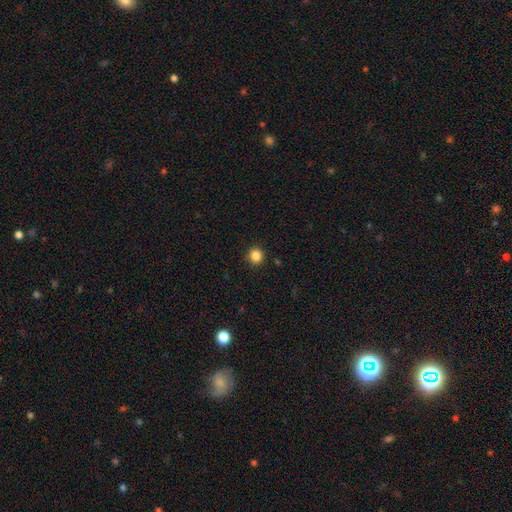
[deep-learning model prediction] smooth-or-featured: smooth: 85% | star or artifact: 11% | featured or disk: 4%
  how-rounded: round: 93% | in between: 6% | cigar-shaped: 1%
  merging: none: 91% | minor disturbance: 6% | major disturbance: 2% | merger: 1%